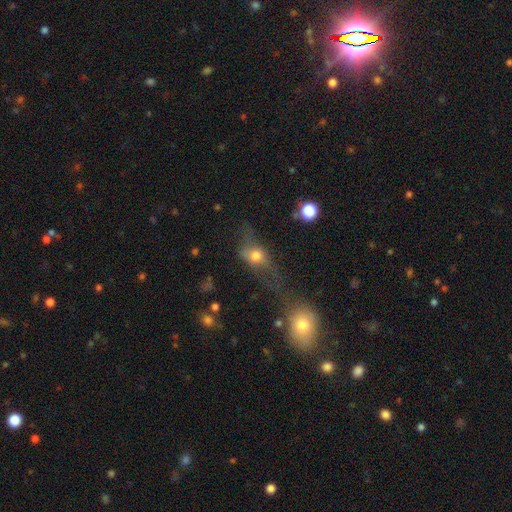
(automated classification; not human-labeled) This appears to be a smooth galaxy with no disk features (58%) that is in between round and cigar-shaped (59%). Merging: major disturbance (35%).